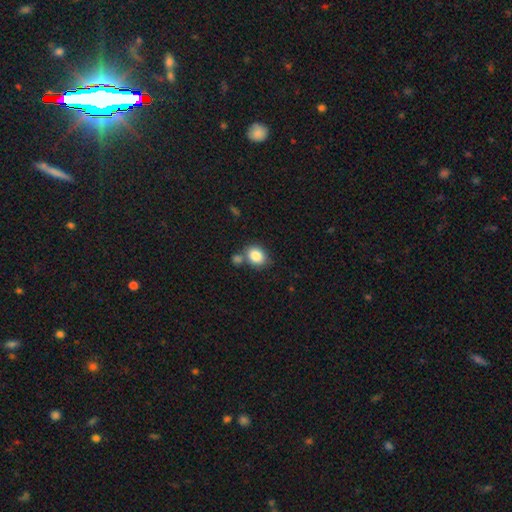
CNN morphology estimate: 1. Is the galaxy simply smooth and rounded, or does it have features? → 84% smooth, 9% star or artifact, 7% featured or disk.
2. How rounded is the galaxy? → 51% in between, 48% round, 1% cigar-shaped.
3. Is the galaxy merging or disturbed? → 60% none, 23% merger, 13% minor disturbance, 4% major disturbance.